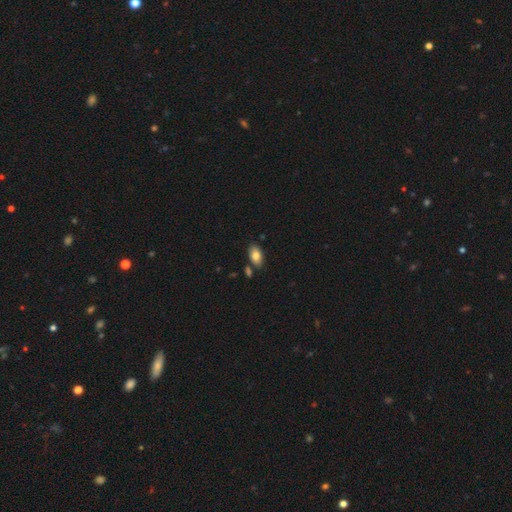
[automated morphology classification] smooth 82%, featured or disk 11%, star or artifact 7%. Down the decision tree: how rounded — in between (93%); merging — none (77%).